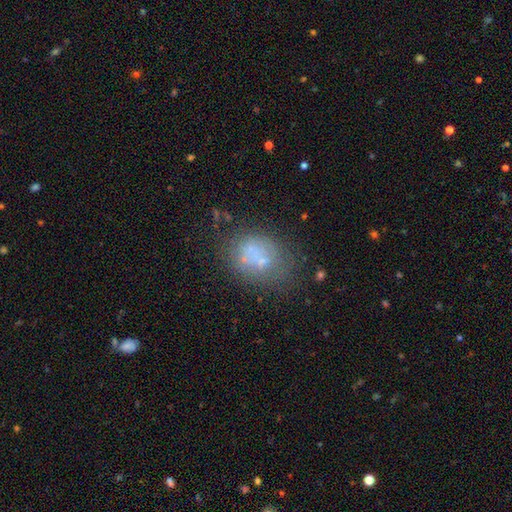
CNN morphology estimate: smooth_or_featured: smooth (p=0.50) [alt: featured or disk p=0.34]
merging: none (p=0.51) [alt: minor disturbance p=0.19]